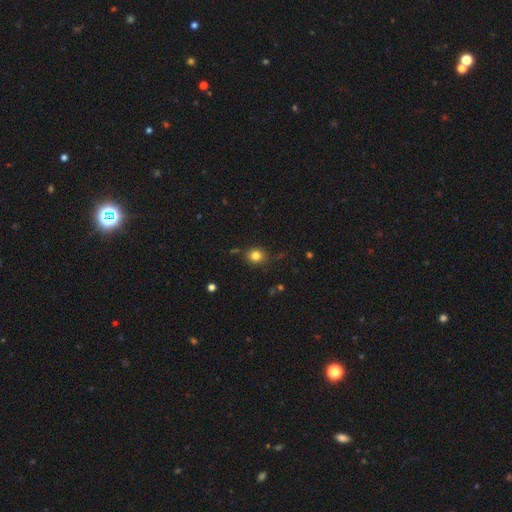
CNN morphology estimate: The model was most divided on "how rounded": round: 78%, in between: 21%, cigar-shaped: 1%. More confident: merging — none (82%); smooth or featured — smooth (81%).